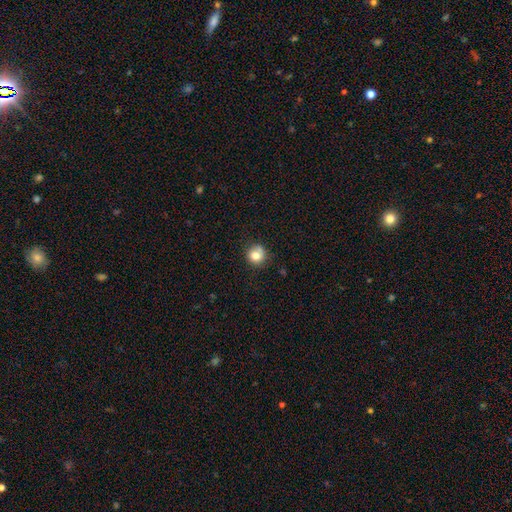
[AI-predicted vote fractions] Smooth or featured: smooth — 77% (featured or disk — 12%)
How rounded: round — 90% (in between — 9%)
Merging: none — 70% (minor disturbance — 16%)